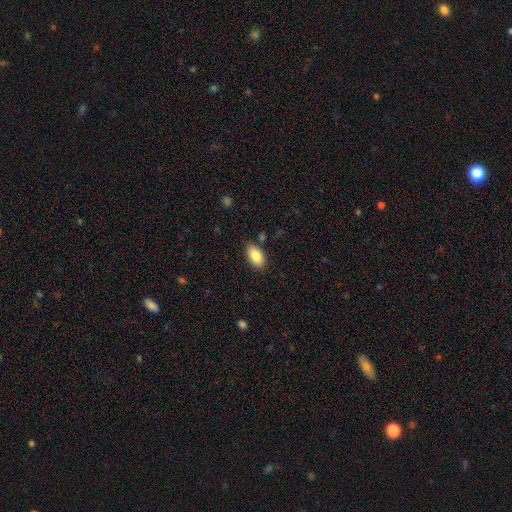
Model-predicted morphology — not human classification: Smooth or featured? smooth (84%)
How rounded? in between (93%)
Merging? none (85%)